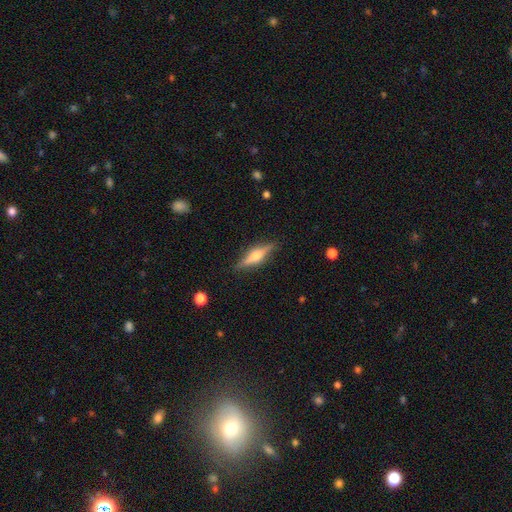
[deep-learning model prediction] smooth_or_featured: featured or disk (p=0.70) [alt: smooth p=0.24]
disk_edge_on: yes (p=0.96) [alt: no p=0.04]
edge_on_bulge: rounded (p=0.92) [alt: boxy p=0.05]
merging: none (p=0.88) [alt: minor disturbance p=0.09]